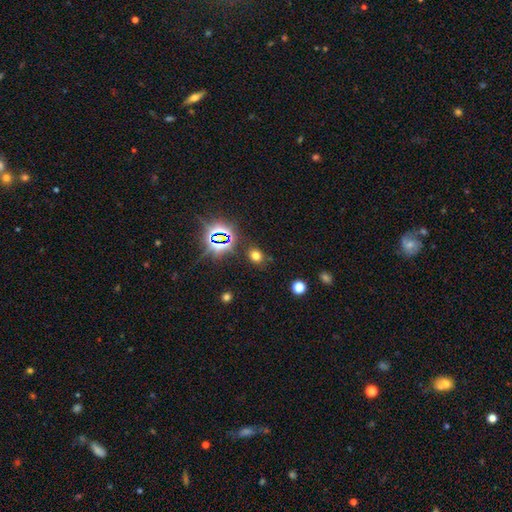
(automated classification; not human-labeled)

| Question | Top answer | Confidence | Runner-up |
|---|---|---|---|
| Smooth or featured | smooth | 63% | star or artifact (29%) |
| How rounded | round | 55% | in between (44%) |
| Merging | none | 83% | minor disturbance (10%) |